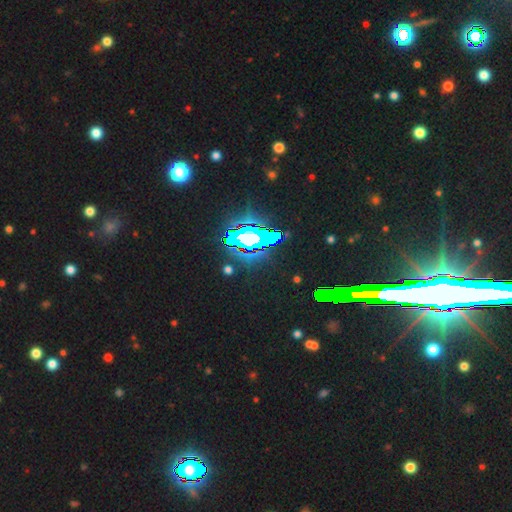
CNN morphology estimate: type=star or artifact (80%).